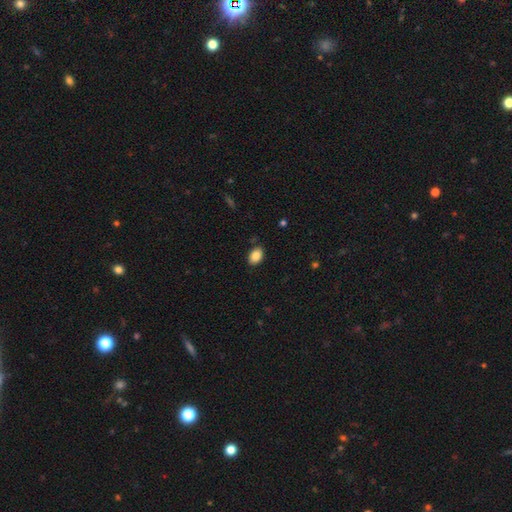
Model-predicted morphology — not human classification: Smooth or featured? smooth (87%)
How rounded? in between (83%)
Merging? none (87%)